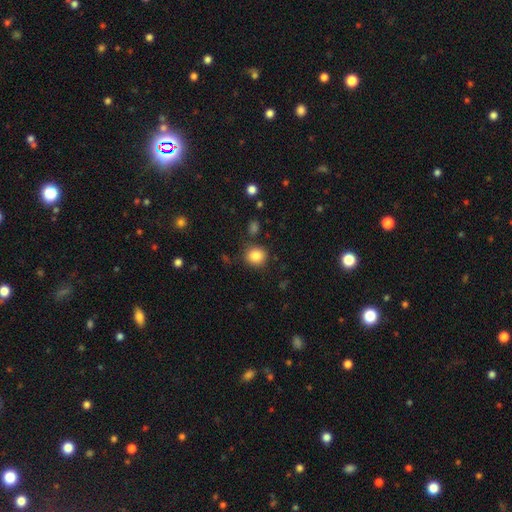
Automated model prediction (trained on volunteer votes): Smooth or featured? smooth (85%)
How rounded? round (83%)
Merging? none (85%)